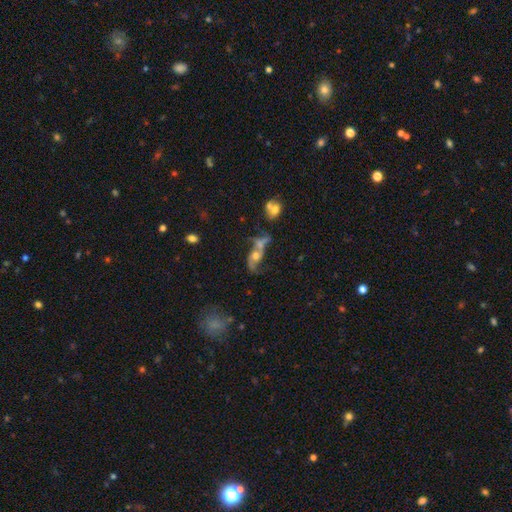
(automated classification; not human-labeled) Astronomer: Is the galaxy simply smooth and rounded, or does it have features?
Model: featured or disk — 67%.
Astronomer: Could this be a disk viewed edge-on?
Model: no — 91%.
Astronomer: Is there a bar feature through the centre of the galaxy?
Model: no — 70%.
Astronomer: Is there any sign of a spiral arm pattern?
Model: yes — 79%.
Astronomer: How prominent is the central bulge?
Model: moderate — 52%.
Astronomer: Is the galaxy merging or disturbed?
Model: merger — 35% (runner-up: none, 31%).